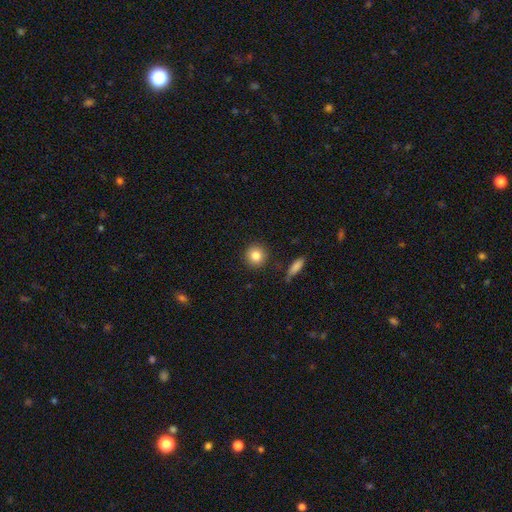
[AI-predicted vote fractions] Smooth or featured: smooth — 83% (star or artifact — 9%)
How rounded: round — 92% (in between — 7%)
Merging: none — 88% (minor disturbance — 7%)